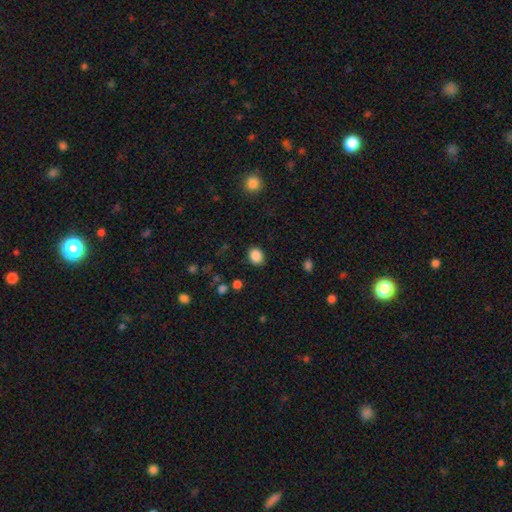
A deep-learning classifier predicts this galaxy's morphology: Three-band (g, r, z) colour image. It shows a smooth galaxy with no disk features (87%) that is round (50%). Merging: none (86%).